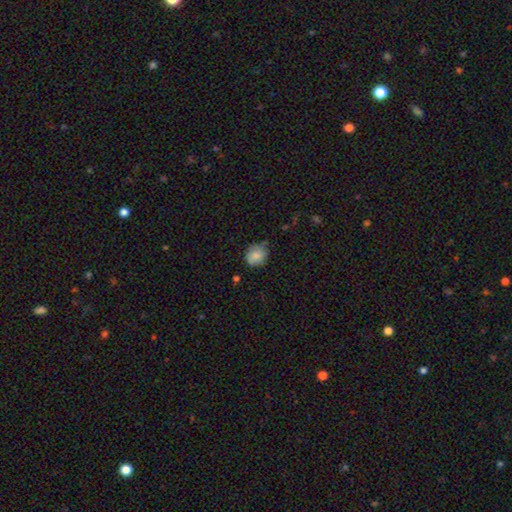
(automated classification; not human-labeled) Q: Smooth or featured?
A: smooth (82%); runner-up: featured or disk (10%)
Q: How rounded?
A: round (66%); runner-up: in between (33%)
Q: Merging?
A: none (63%); runner-up: minor disturbance (29%)